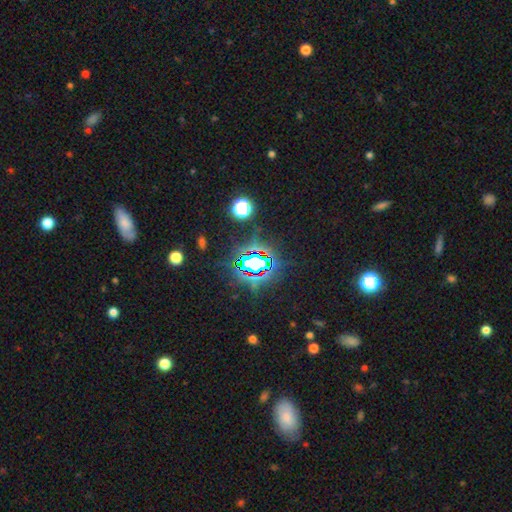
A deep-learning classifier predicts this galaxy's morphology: A star or artifact, not a galaxy (81%).

Vote fractions:
- Smooth or featured? star or artifact: 81% / smooth: 12% / featured or disk: 8%